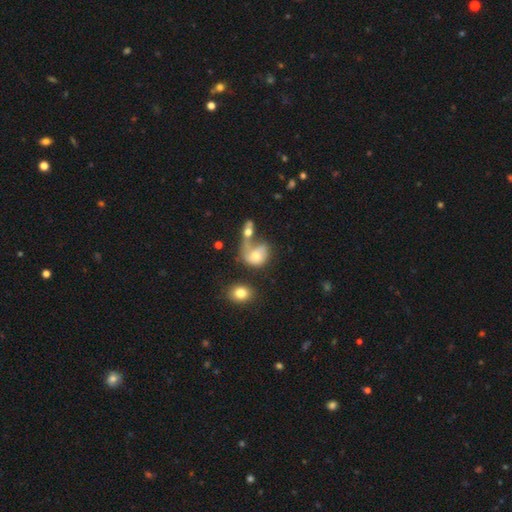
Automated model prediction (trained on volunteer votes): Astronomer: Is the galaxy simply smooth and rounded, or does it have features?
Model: smooth — 55% (runner-up: featured or disk, 34%).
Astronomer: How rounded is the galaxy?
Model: in between — 56% (runner-up: round, 42%).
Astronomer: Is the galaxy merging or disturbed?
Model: merger — 49%.